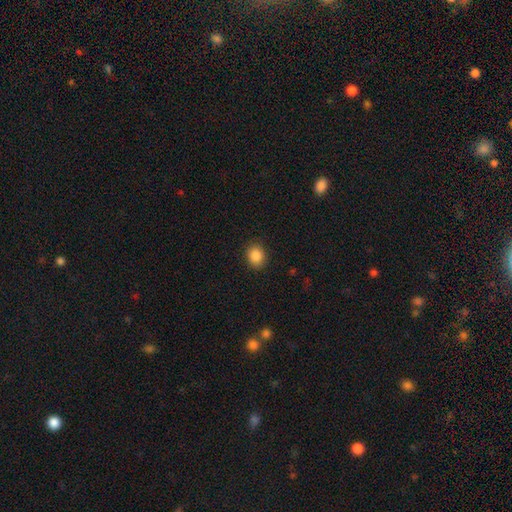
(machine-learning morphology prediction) smooth_or_featured: smooth (p=0.87) [alt: star or artifact p=0.09]
how_rounded: round (p=0.64) [alt: in between p=0.36]
merging: none (p=0.88) [alt: minor disturbance p=0.08]